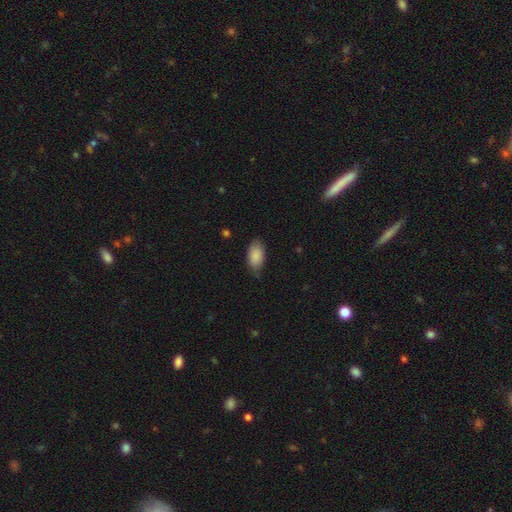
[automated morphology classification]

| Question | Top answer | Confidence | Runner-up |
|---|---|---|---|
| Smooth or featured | smooth | 87% | featured or disk (6%) |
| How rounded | in between | 93% | cigar-shaped (3%) |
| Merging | none | 70% | minor disturbance (25%) |